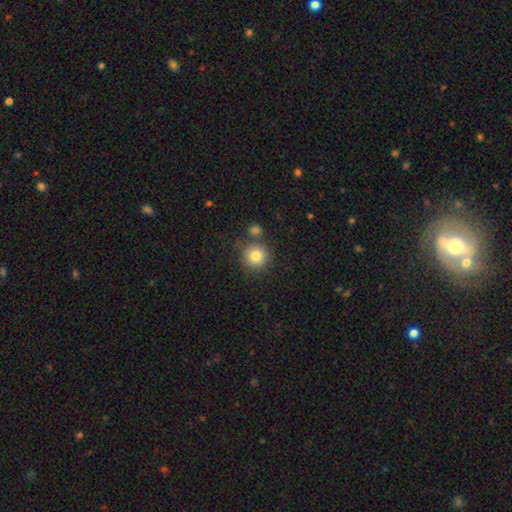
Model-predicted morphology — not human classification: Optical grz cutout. It shows a smooth galaxy with no disk features (81%) that is round (94%). Merging: none (76%).